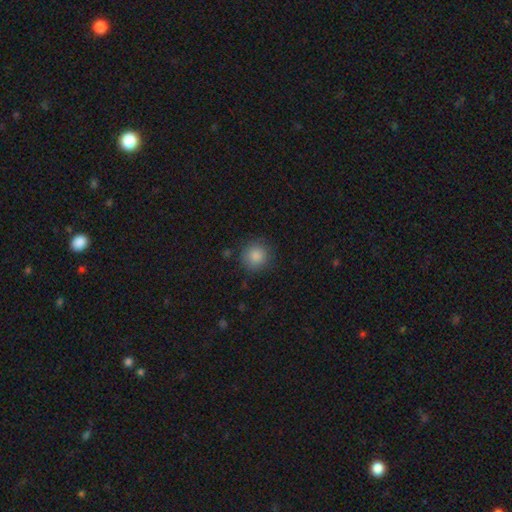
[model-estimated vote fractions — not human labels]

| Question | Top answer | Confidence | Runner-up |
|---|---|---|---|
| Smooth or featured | smooth | 85% | star or artifact (10%) |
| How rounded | round | 93% | in between (6%) |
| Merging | none | 85% | minor disturbance (11%) |